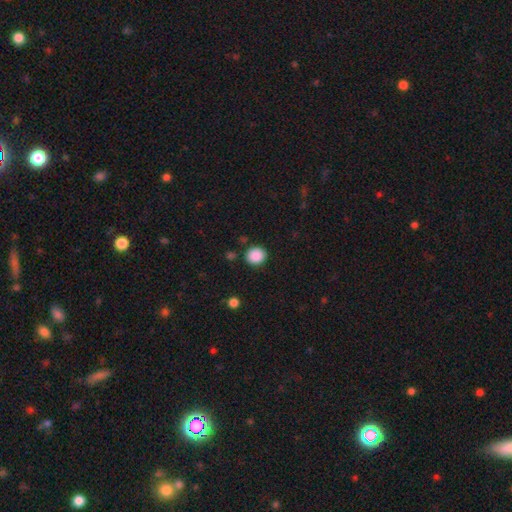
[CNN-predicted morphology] Overall: smooth (89%). How rounded: round (85%). Merging: none (87%).